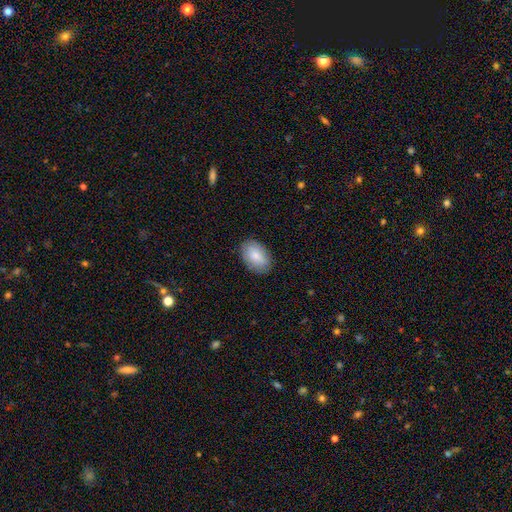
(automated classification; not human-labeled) Smooth or featured?
  - smooth: 83% *
  - featured or disk: 11%
  - star or artifact: 6%
How rounded?
  - in between: 91% *
  - round: 8%
  - cigar-shaped: 1%
Merging?
  - none: 85% *
  - minor disturbance: 12%
  - major disturbance: 3%
  - merger: 1%